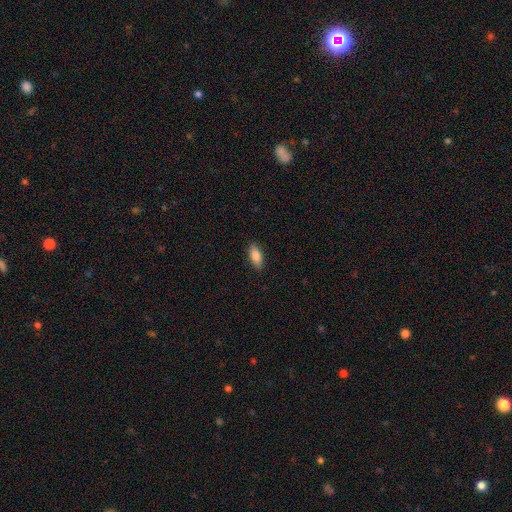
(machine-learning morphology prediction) This is clearly a smooth galaxy (83%). How rounded: likely in between (79%). Merging: clearly none (88%).